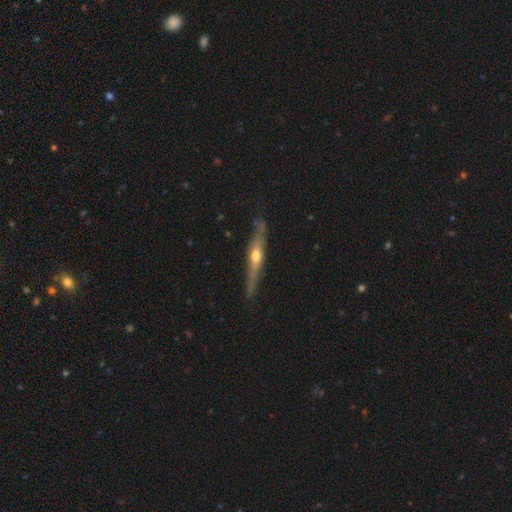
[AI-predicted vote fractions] A featured or disk galaxy (69%) viewed edge-on (94%) with a rounded central bulge (89%). Merging: none (80%).